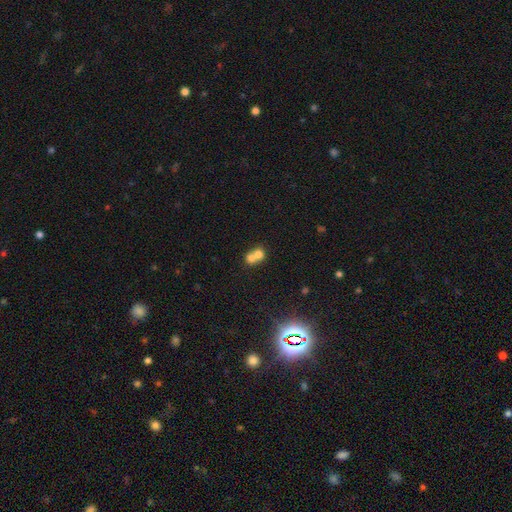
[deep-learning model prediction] This appears to be a smooth galaxy with no disk features (71%) that is round (72%). Merging: merger (69%).